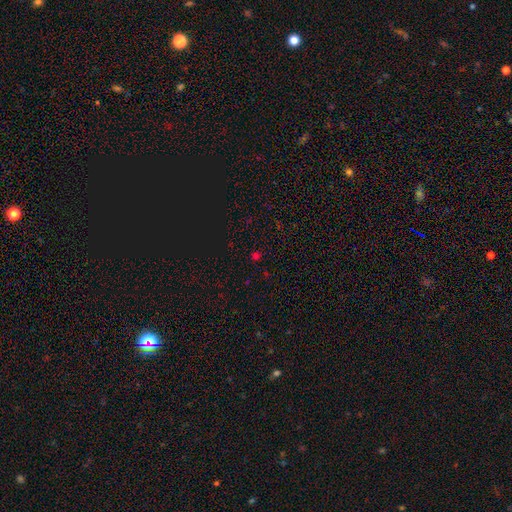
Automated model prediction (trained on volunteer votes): smooth-or-featured: star or artifact: 50% | smooth: 44% | featured or disk: 6%